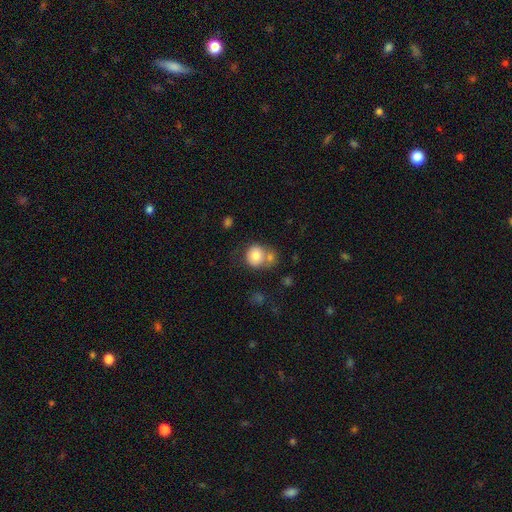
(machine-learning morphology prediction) This appears to be a smooth galaxy with no disk features (77%) that is round (81%). Merging: none (41%).